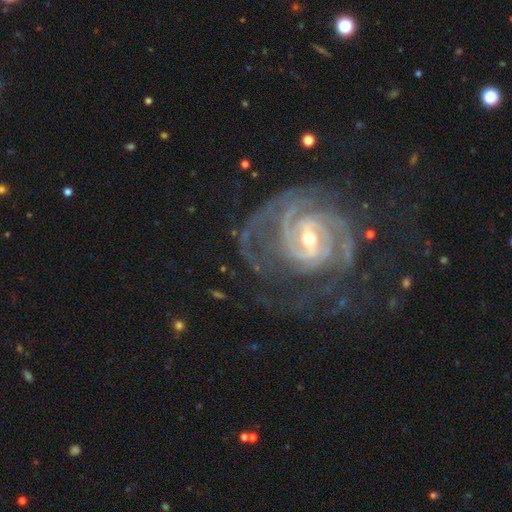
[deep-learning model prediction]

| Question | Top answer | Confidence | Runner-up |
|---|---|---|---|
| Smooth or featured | featured or disk | 85% | star or artifact (9%) |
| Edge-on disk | no | 96% | yes (4%) |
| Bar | weak | 44% | strong (31%) |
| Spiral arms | yes | 93% | no (7%) |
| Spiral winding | tight | 65% | medium (27%) |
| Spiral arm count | can't tell | 35% | 2 (27%) |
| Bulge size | small | 61% | moderate (34%) |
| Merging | none | 62% | major disturbance (20%) |